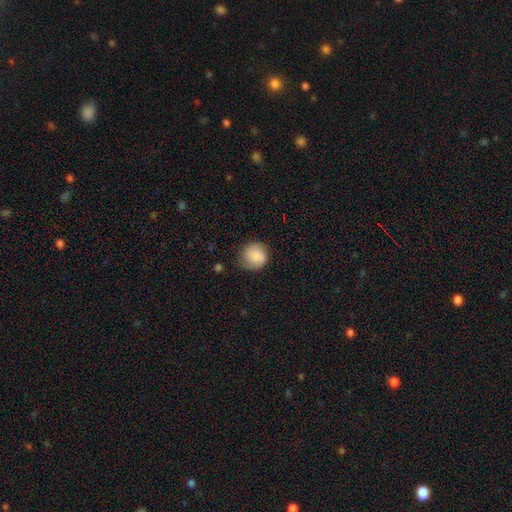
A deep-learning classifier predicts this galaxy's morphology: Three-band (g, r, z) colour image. It shows a smooth galaxy with no disk features (85%) that is round (91%). Merging: none (75%).